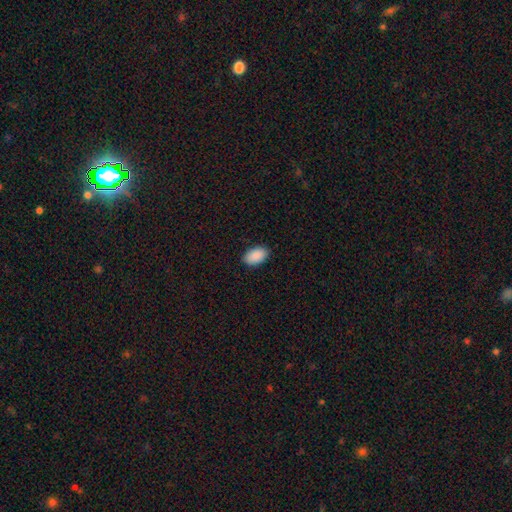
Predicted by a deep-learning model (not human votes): smooth_or_featured: smooth (p=0.91) [alt: star or artifact p=0.06]
how_rounded: in between (p=0.94) [alt: round p=0.05]
merging: none (p=0.89) [alt: minor disturbance p=0.08]